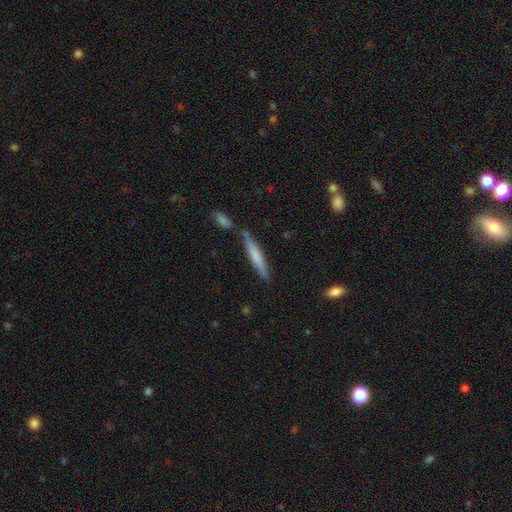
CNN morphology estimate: Smooth or featured? smooth (60%)
How rounded? cigar-shaped (92%)
Merging? none (74%)